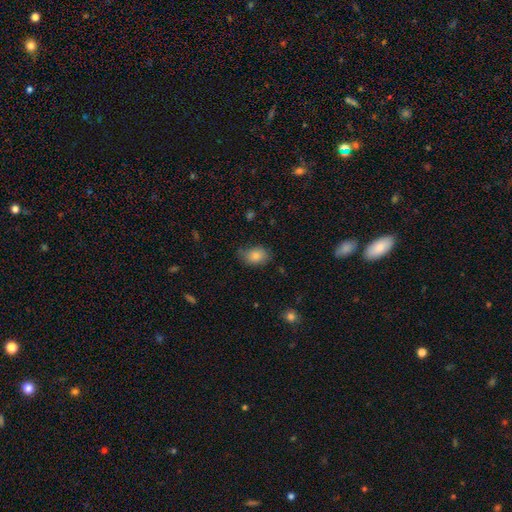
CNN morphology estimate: smooth-or-featured: smooth: 83% | star or artifact: 9% | featured or disk: 9%
  how-rounded: in between: 78% | round: 21% | cigar-shaped: 1%
  merging: none: 70% | minor disturbance: 23% | major disturbance: 5% | merger: 2%